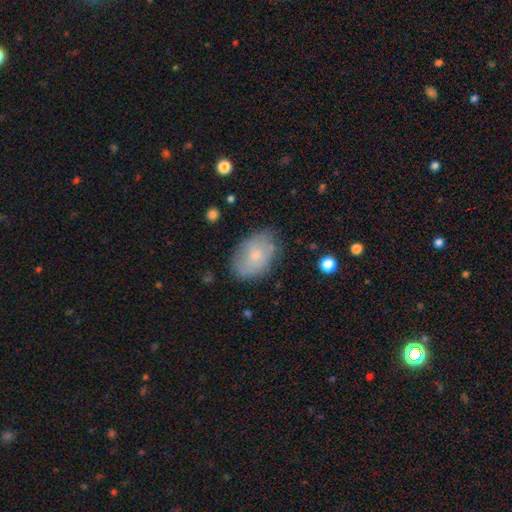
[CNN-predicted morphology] Smooth or featured?
  - smooth: 70% *
  - featured or disk: 23%
  - star or artifact: 7%
How rounded?
  - in between: 87% *
  - round: 12%
  - cigar-shaped: 1%
Merging?
  - none: 74% *
  - minor disturbance: 20%
  - major disturbance: 5%
  - merger: 2%